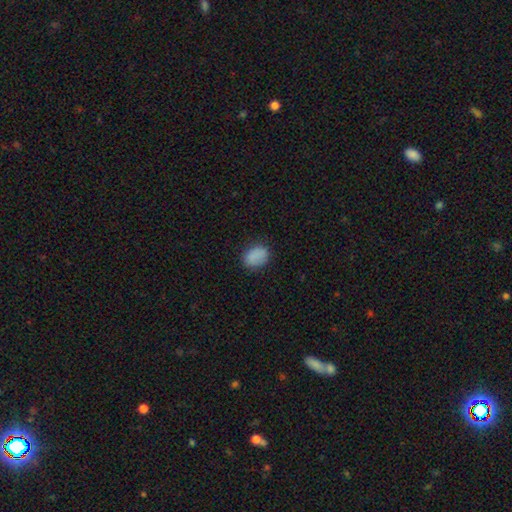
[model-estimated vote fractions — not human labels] Morphology: type=smooth (87%); roundness=in between (67%); merging=none (81%).